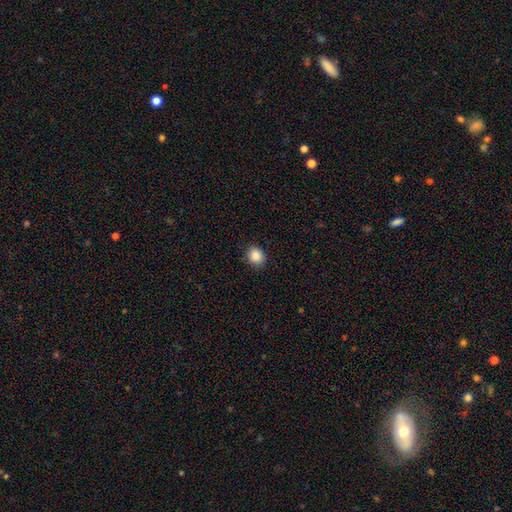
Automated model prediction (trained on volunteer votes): A smooth galaxy with no disk features (87%) that is round (68%). Merging: none (89%).